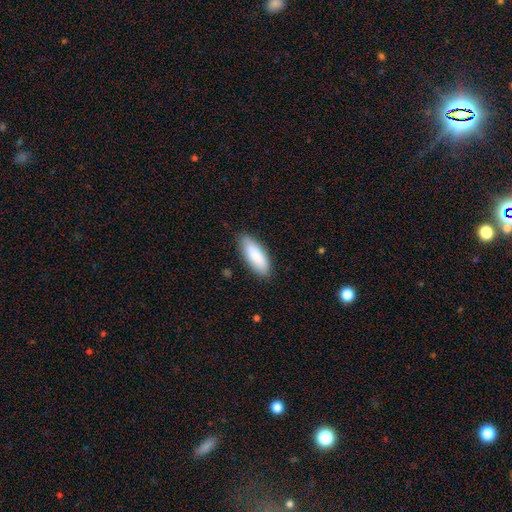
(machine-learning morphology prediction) smooth 87%, featured or disk 8%, star or artifact 5%. Down the decision tree: how rounded — in between (71%); merging — none (83%).